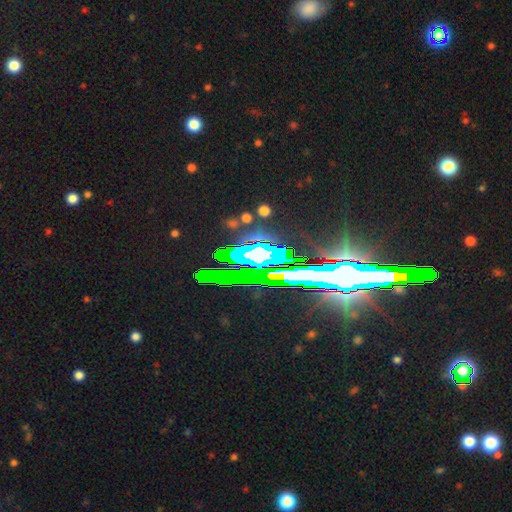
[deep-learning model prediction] The model was most divided on "smooth or featured": star or artifact: 72%, featured or disk: 18%, smooth: 10%.